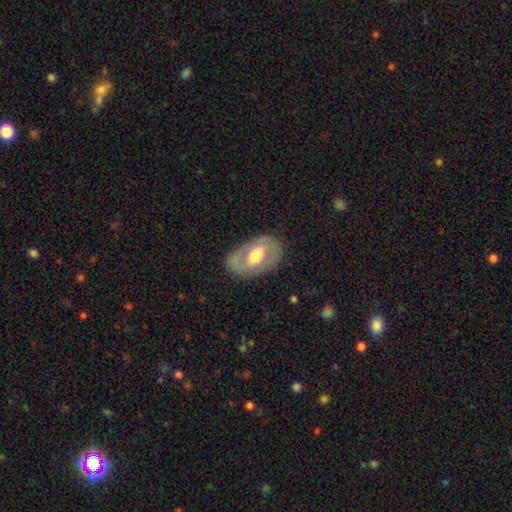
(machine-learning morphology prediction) A featured or disk galaxy (54%).

Vote fractions:
- Smooth or featured? featured or disk: 54% / smooth: 41% / star or artifact: 5%
- Edge-on disk? no: 91% / yes: 9%
- Merging? none: 79% / minor disturbance: 14% / major disturbance: 6% / merger: 1%